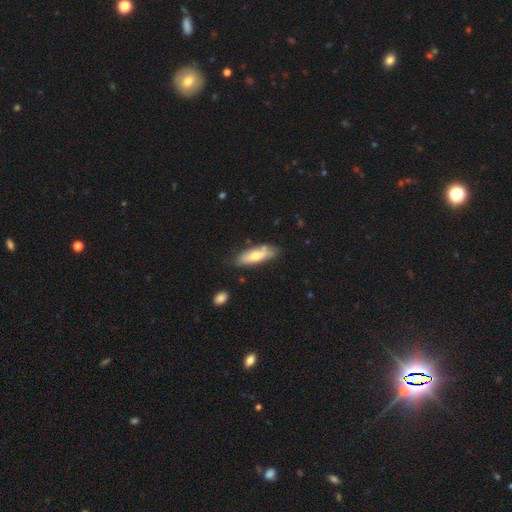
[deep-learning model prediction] A smooth galaxy with no disk features (61%) that is in between round and cigar-shaped (55%).

Vote fractions:
- Smooth or featured? smooth: 61% / featured or disk: 33% / star or artifact: 6%
- How rounded? in between: 55% / cigar-shaped: 43% / round: 2%
- Merging? none: 74% / minor disturbance: 18% / merger: 4% / major disturbance: 4%